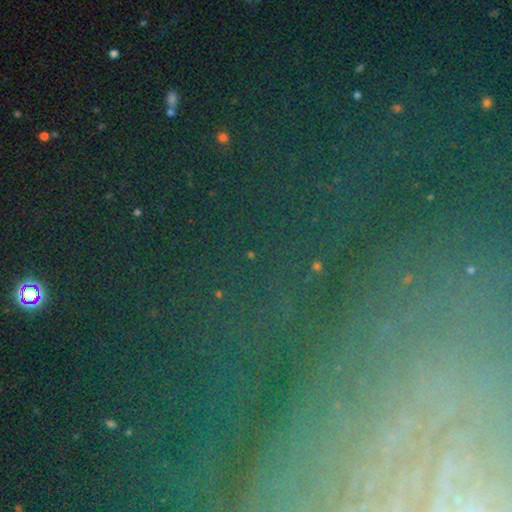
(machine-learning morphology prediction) The model was most divided on "smooth or featured": star or artifact: 65%, featured or disk: 18%, smooth: 17%.